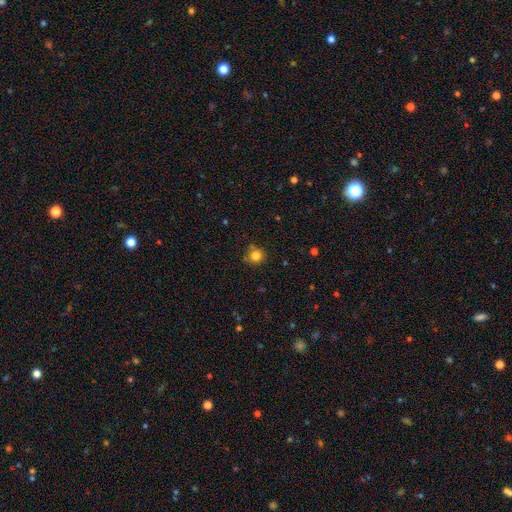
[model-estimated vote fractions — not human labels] Smooth or featured?
  - smooth: 82% *
  - star or artifact: 13%
  - featured or disk: 5%
How rounded?
  - round: 90% *
  - in between: 9%
  - cigar-shaped: 1%
Merging?
  - none: 79% *
  - minor disturbance: 13%
  - merger: 5%
  - major disturbance: 3%